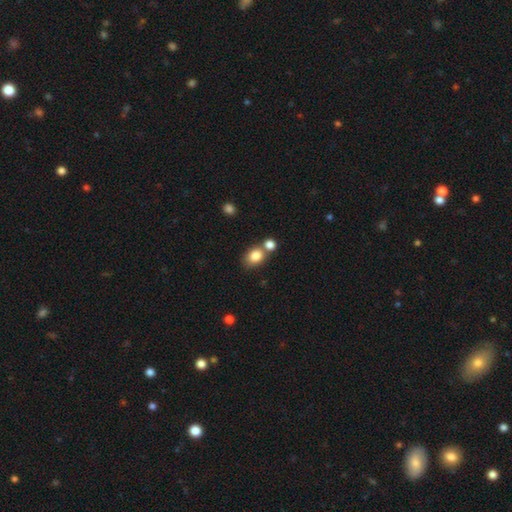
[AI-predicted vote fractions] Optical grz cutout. It shows a smooth galaxy with no disk features (83%) that is in between round and cigar-shaped (56%). Merging: none (52%).